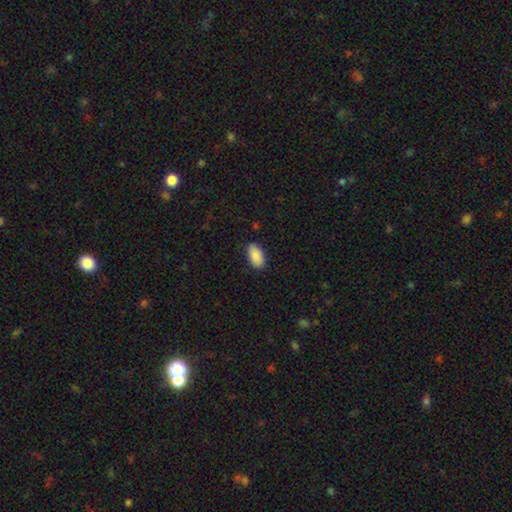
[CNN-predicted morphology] A smooth galaxy with no disk features (90%) that is in between round and cigar-shaped (95%). Merging: none (87%).